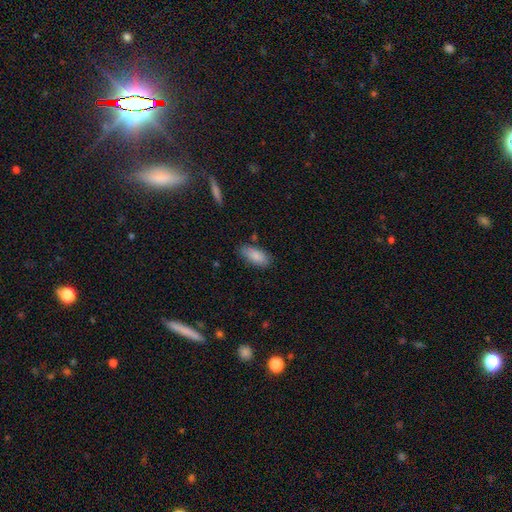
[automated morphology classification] Smooth or featured? Predicted: smooth (p=0.87). How rounded? Predicted: in between (p=0.87). Merging? Predicted: none (p=0.77).